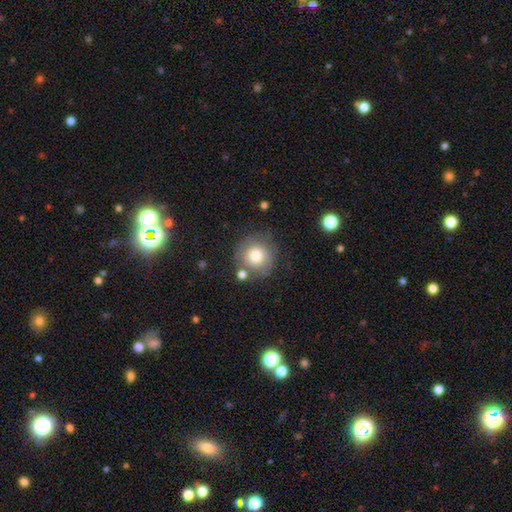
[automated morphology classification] Smooth or featured? smooth (74%)
How rounded? round (93%)
Merging? none (71%)